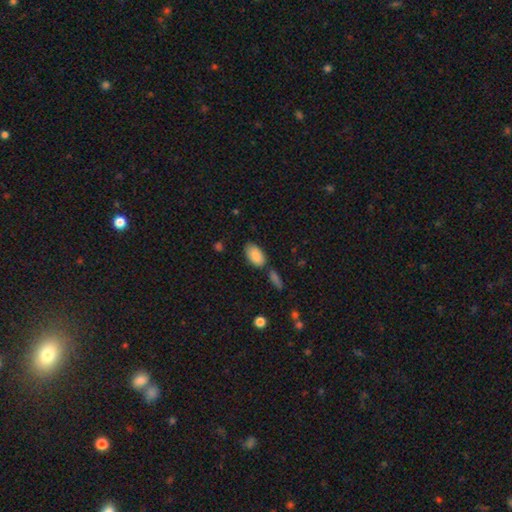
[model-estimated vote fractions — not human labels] The model was most divided on "merging": none: 74%, minor disturbance: 13%, merger: 10%, major disturbance: 3%. More confident: how rounded — in between (94%); smooth or featured — smooth (86%).